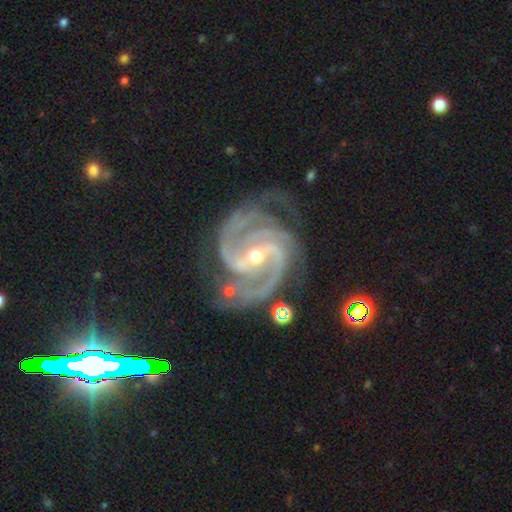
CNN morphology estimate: Q: Smooth or featured?
A: featured or disk (94%); runner-up: star or artifact (4%)
Q: Edge-on disk?
A: no (98%); runner-up: yes (2%)
Q: Bar?
A: strong (50%); runner-up: weak (36%)
Q: Spiral arms?
A: yes (99%); runner-up: no (1%)
Q: Spiral winding?
A: medium (51%); runner-up: tight (42%)
Q: Spiral arm count?
A: 2 (42%); runner-up: 3 (32%)
Q: Bulge size?
A: small (57%); runner-up: moderate (40%)
Q: Merging?
A: none (65%); runner-up: minor disturbance (21%)